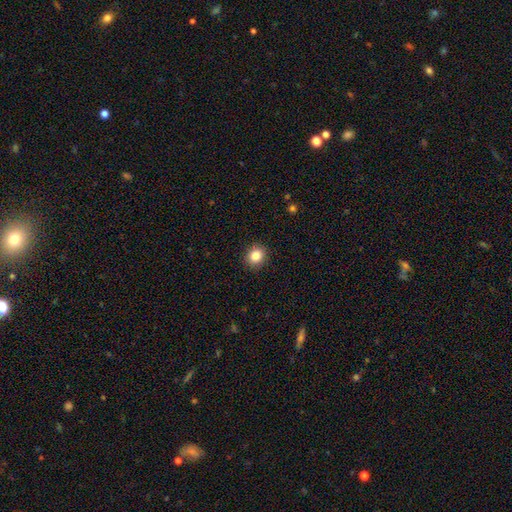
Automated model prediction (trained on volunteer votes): Smooth or featured: smooth — 84% (star or artifact — 10%)
How rounded: round — 78% (in between — 21%)
Merging: none — 91% (minor disturbance — 7%)